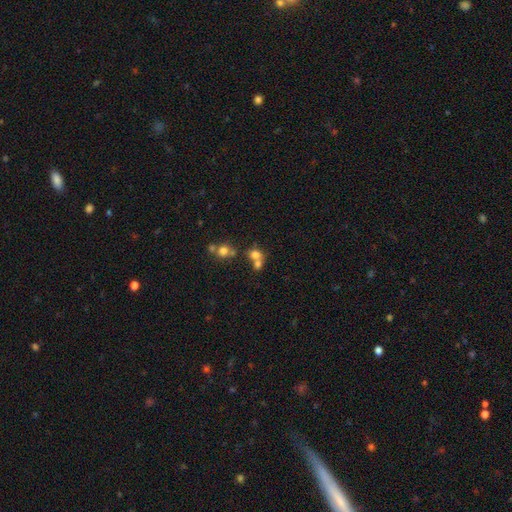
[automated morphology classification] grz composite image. It shows a smooth galaxy with no disk features (69%) that is round (68%). Merging: merger (52%).